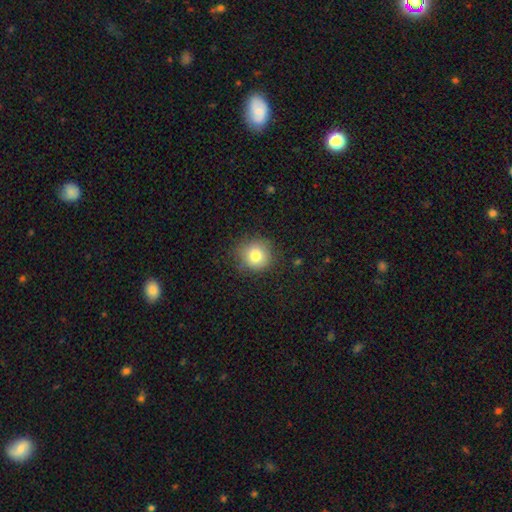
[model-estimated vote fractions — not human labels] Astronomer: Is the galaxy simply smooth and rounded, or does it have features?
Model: smooth — 80%.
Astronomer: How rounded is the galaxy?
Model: round — 89%.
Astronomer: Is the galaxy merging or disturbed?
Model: none — 83%.